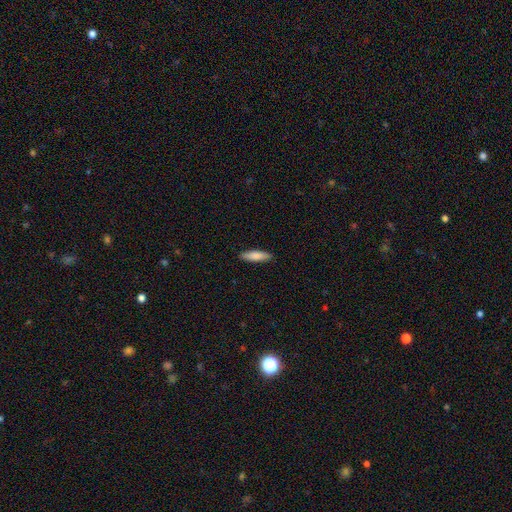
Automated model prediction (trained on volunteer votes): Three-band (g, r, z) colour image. It shows a smooth galaxy with no disk features (82%) that is cigar-shaped (65%). Merging: none (90%).